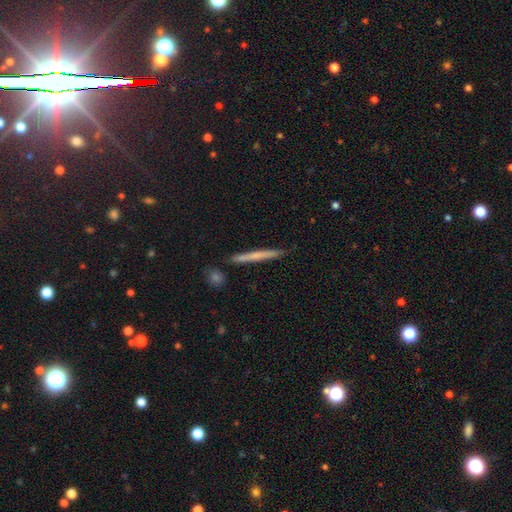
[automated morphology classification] This is possibly a smooth galaxy (55%). How rounded: clearly cigar-shaped (97%). Merging: clearly none (88%).